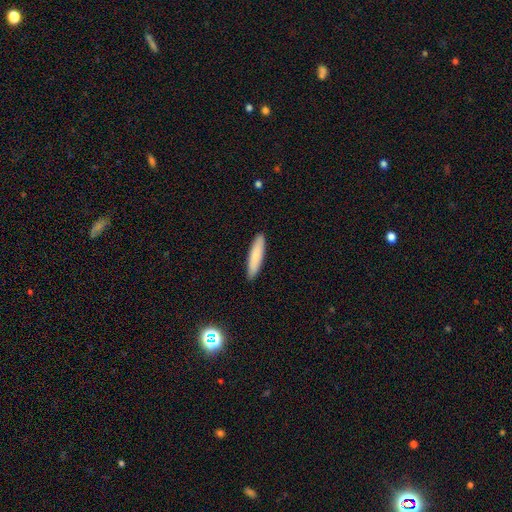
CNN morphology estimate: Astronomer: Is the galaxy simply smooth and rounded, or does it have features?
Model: smooth — 80%.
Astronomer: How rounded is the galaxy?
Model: cigar-shaped — 81%.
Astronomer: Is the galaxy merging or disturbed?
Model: none — 90%.